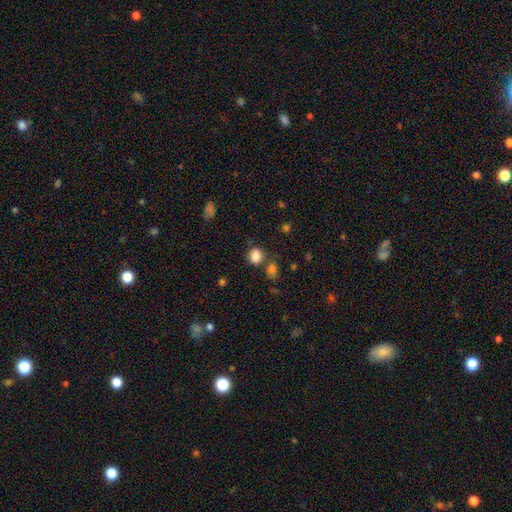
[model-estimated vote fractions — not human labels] Smooth or featured?
  - smooth: 83% *
  - star or artifact: 12%
  - featured or disk: 5%
How rounded?
  - round: 60% *
  - in between: 39%
  - cigar-shaped: 1%
Merging?
  - none: 69% *
  - minor disturbance: 13%
  - merger: 13%
  - major disturbance: 5%